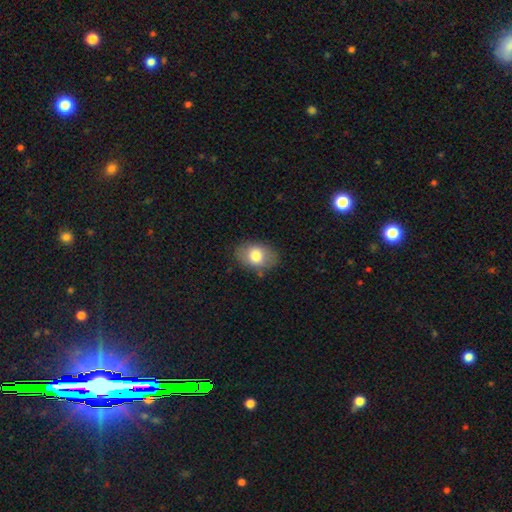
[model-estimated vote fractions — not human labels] Smooth or featured: smooth — 77% (featured or disk — 16%)
How rounded: in between — 81% (round — 18%)
Merging: none — 81% (minor disturbance — 14%)